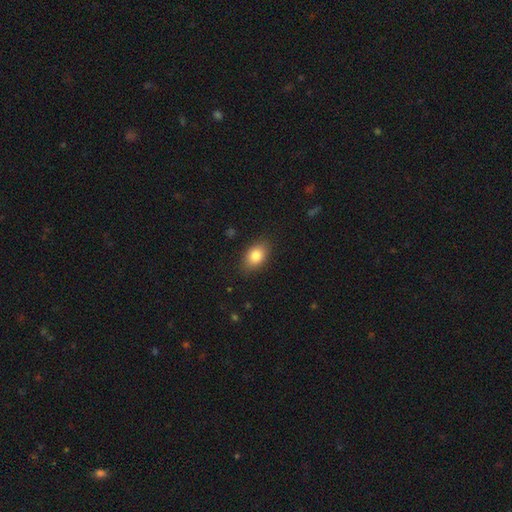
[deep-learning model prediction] Smooth or featured? Predicted: smooth (p=0.83). How rounded? Predicted: in between (p=0.84). Merging? Predicted: none (p=0.86).